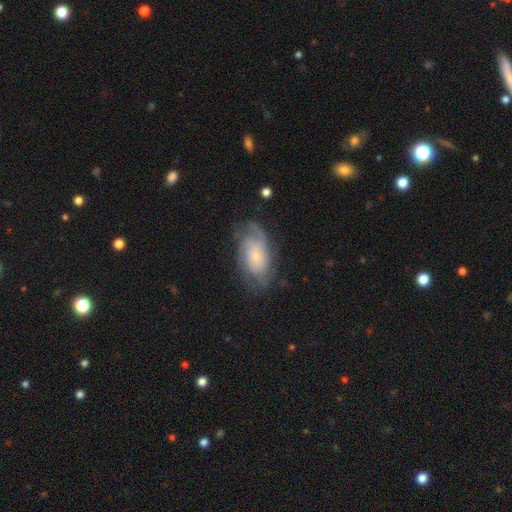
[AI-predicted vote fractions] smooth-or-featured: featured or disk: 68% | smooth: 25% | star or artifact: 7%
  disk-edge-on: no: 95% | yes: 5%
    bar: no: 73% | weak: 23% | strong: 4%
    has-spiral-arms: yes: 88% | no: 12%
      spiral-winding: tight: 45% | medium: 37% | loose: 19%
      spiral-arm-count: can't tell: 44% | 2: 22% | 3: 14% | 4: 8% | 1: 7% | more than 4: 4%
    bulge-size: small: 71% | moderate: 19% | none: 5% | large: 3% | dominant: 1%
  merging: none: 61% | minor disturbance: 23% | major disturbance: 15% | merger: 2%